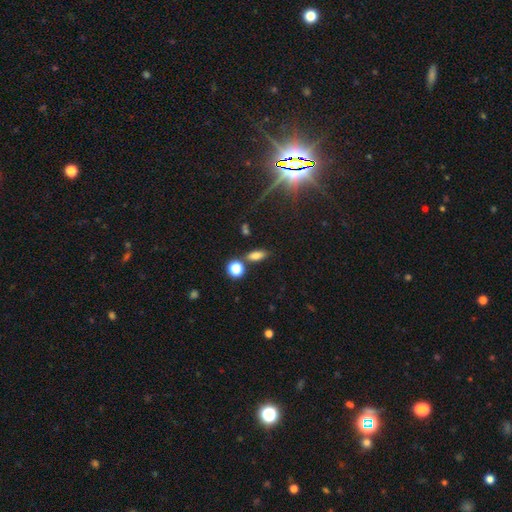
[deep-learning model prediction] Q: Smooth or featured?
A: smooth (75%); runner-up: star or artifact (16%)
Q: How rounded?
A: in between (75%); runner-up: cigar-shaped (15%)
Q: Merging?
A: none (75%); runner-up: minor disturbance (11%)